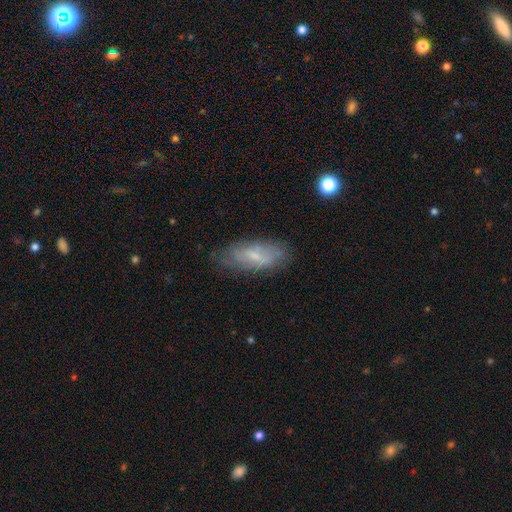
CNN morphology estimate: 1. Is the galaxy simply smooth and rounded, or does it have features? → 52% smooth, 40% featured or disk, 8% star or artifact.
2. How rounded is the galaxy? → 75% in between, 23% cigar-shaped, 3% round.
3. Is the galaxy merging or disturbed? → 72% none, 21% minor disturbance, 6% major disturbance, 2% merger.